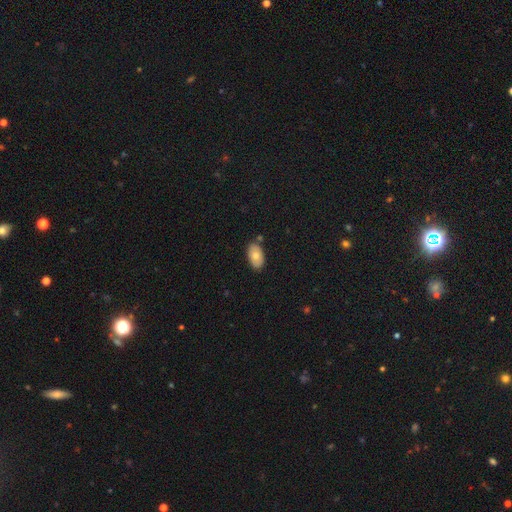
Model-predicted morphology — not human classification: The model was most divided on "smooth or featured": smooth: 71%, featured or disk: 22%, star or artifact: 7%. More confident: how rounded — in between (93%); merging — none (79%).